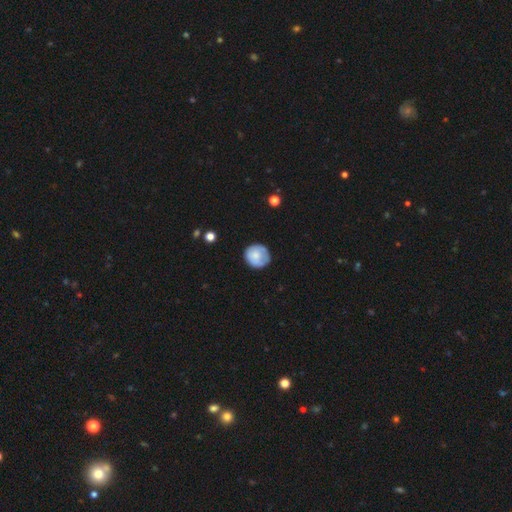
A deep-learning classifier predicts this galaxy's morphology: A smooth galaxy with no disk features (75%) that is round (87%).

Vote fractions:
- Smooth or featured? smooth: 75% / featured or disk: 18% / star or artifact: 7%
- How rounded? round: 87% / in between: 12% / cigar-shaped: 1%
- Merging? none: 73% / minor disturbance: 20% / major disturbance: 5% / merger: 2%